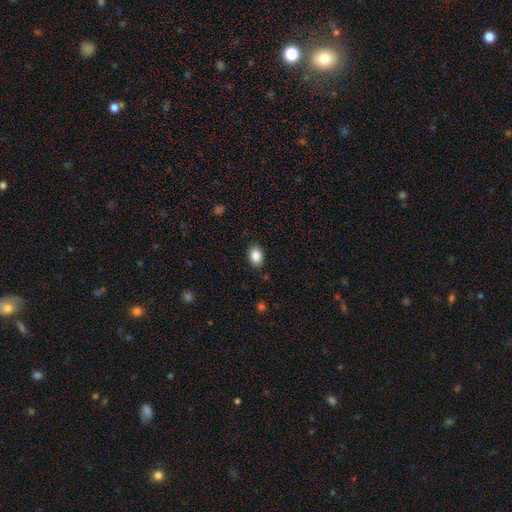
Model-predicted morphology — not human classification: smooth-or-featured: smooth: 86% | star or artifact: 8% | featured or disk: 6%
  how-rounded: in between: 81% | round: 18% | cigar-shaped: 1%
  merging: none: 88% | minor disturbance: 9% | major disturbance: 2% | merger: 1%